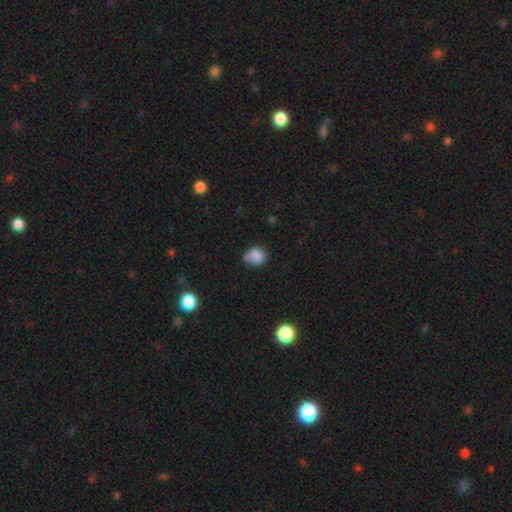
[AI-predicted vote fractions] This is clearly a smooth galaxy (82%). How rounded: likely round (76%). Merging: possibly none (54%).